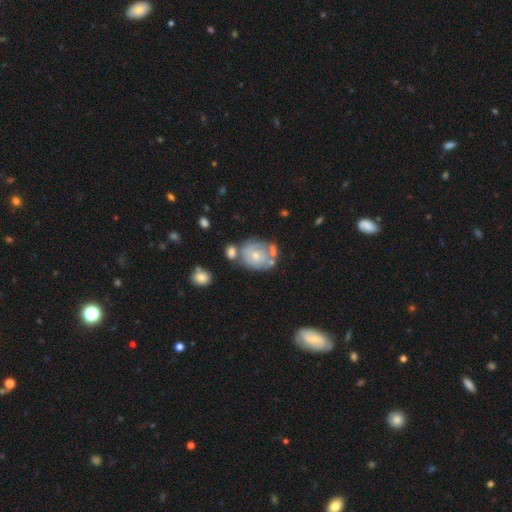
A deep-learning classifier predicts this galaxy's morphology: Q: Smooth or featured?
A: featured or disk (61%); runner-up: smooth (32%)
Q: Edge-on disk?
A: no (97%); runner-up: yes (3%)
Q: Bar?
A: no (84%); runner-up: weak (14%)
Q: Spiral arms?
A: yes (55%); runner-up: no (45%)
Q: Bulge size?
A: small (55%); runner-up: moderate (41%)
Q: Merging?
A: none (42%); runner-up: merger (24%)